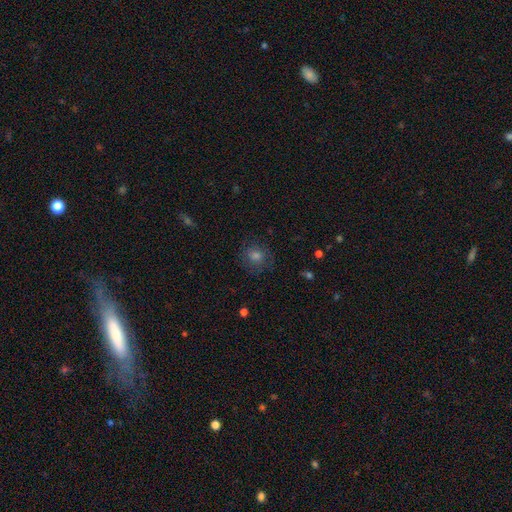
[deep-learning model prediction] smooth_or_featured: smooth (p=0.59) [alt: star or artifact p=0.23]
how_rounded: round (p=0.84) [alt: in between p=0.15]
merging: none (p=0.81) [alt: minor disturbance p=0.12]